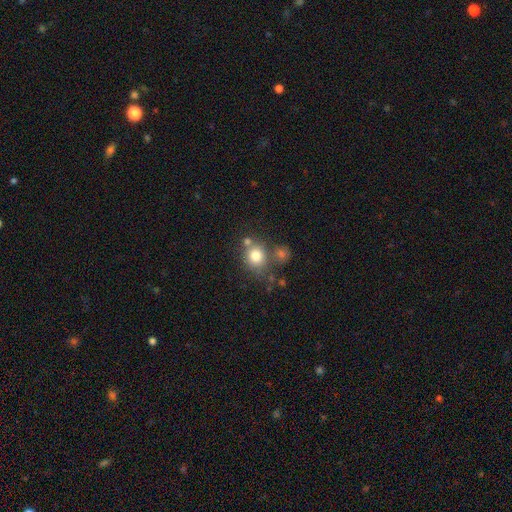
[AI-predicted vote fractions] Smooth or featured?
  - smooth: 79% *
  - star or artifact: 12%
  - featured or disk: 10%
How rounded?
  - round: 81% *
  - in between: 18%
  - cigar-shaped: 1%
Merging?
  - none: 59% *
  - merger: 23%
  - minor disturbance: 12%
  - major disturbance: 5%